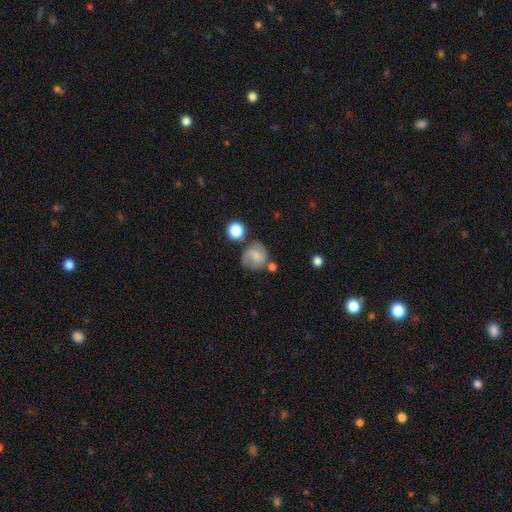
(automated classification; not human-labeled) A smooth galaxy with no disk features (61%) that is round (76%). Merging: none (52%).